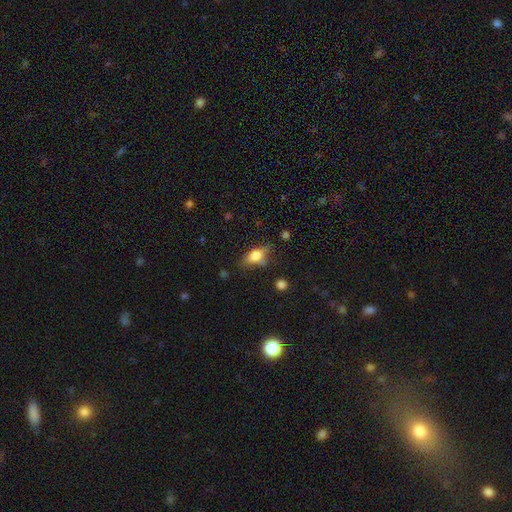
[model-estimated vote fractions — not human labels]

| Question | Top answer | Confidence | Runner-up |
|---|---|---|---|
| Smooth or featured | smooth | 71% | featured or disk (20%) |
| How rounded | in between | 79% | cigar-shaped (14%) |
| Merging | none | 63% | minor disturbance (23%) |